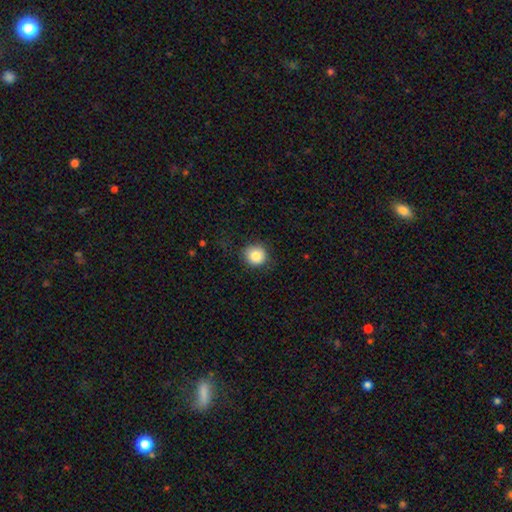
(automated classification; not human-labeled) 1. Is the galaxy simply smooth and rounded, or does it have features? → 85% smooth, 9% star or artifact, 6% featured or disk.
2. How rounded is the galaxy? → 92% round, 7% in between, 1% cigar-shaped.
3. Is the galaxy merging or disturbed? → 84% none, 11% minor disturbance, 4% major disturbance, 1% merger.